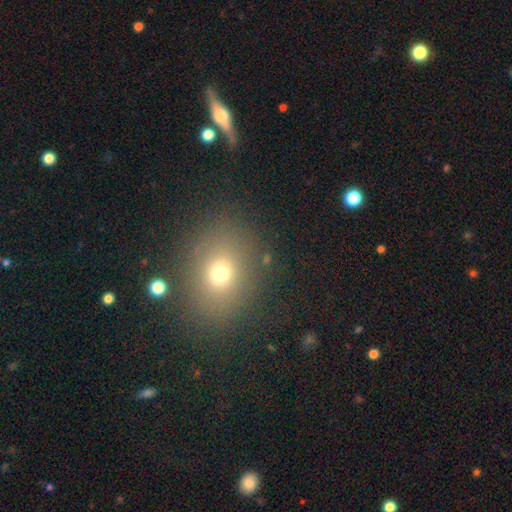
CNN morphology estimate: Smooth or featured: smooth — 61% (star or artifact — 28%)
How rounded: round — 51% (in between — 48%)
Merging: none — 87% (minor disturbance — 8%)